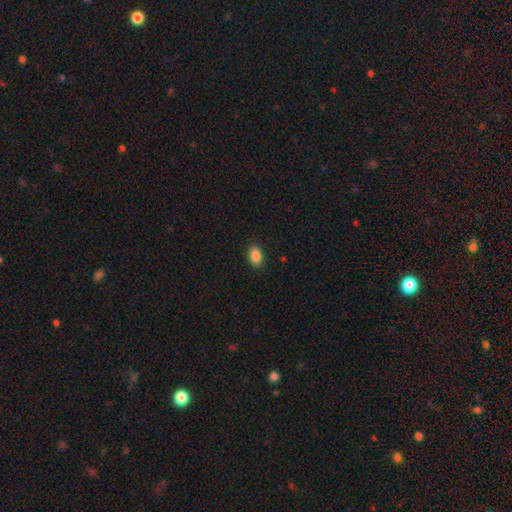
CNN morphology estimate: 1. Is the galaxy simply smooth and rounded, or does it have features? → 88% smooth, 8% star or artifact, 4% featured or disk.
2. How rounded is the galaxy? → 84% in between, 14% round, 1% cigar-shaped.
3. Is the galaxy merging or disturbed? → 89% none, 8% minor disturbance, 2% major disturbance, 1% merger.